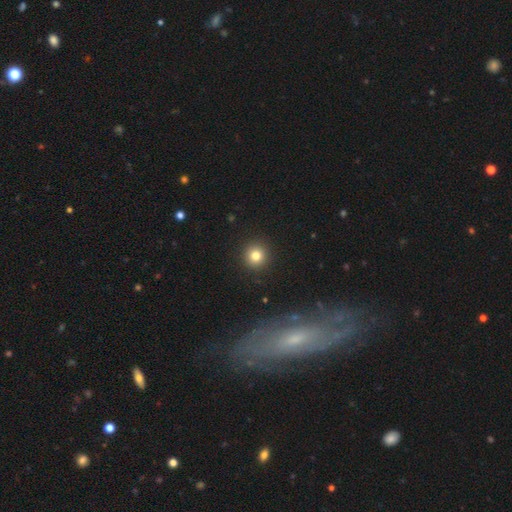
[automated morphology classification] This appears to be a smooth galaxy with no disk features (81%) that is round (95%). Merging: none (92%).